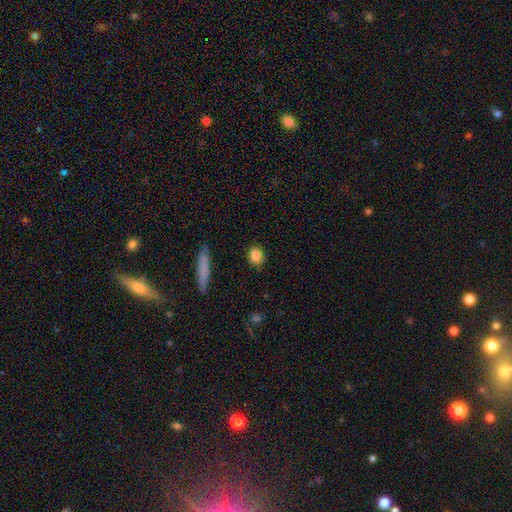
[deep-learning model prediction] smooth_or_featured: smooth (p=0.85) [alt: star or artifact p=0.08]
how_rounded: round (p=0.64) [alt: in between p=0.32]
merging: none (p=0.88) [alt: minor disturbance p=0.08]